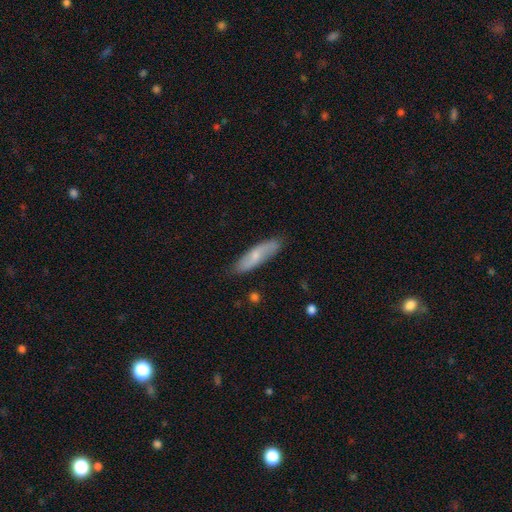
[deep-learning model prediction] Smooth or featured: smooth — 56% (featured or disk — 38%)
How rounded: cigar-shaped — 64% (in between — 34%)
Merging: none — 83% (minor disturbance — 13%)